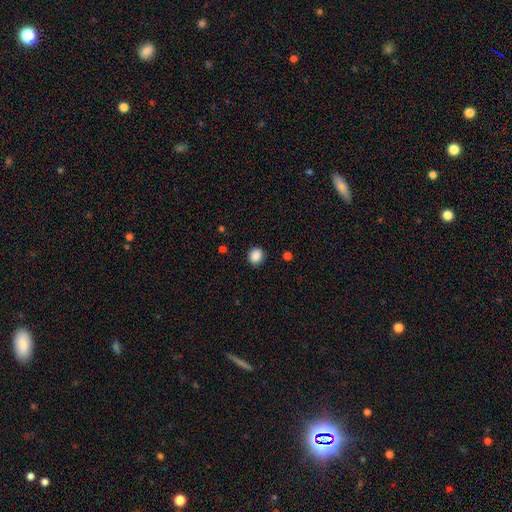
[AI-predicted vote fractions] Smooth or featured: smooth — 88% (star or artifact — 9%)
How rounded: round — 86% (in between — 13%)
Merging: none — 89% (minor disturbance — 8%)